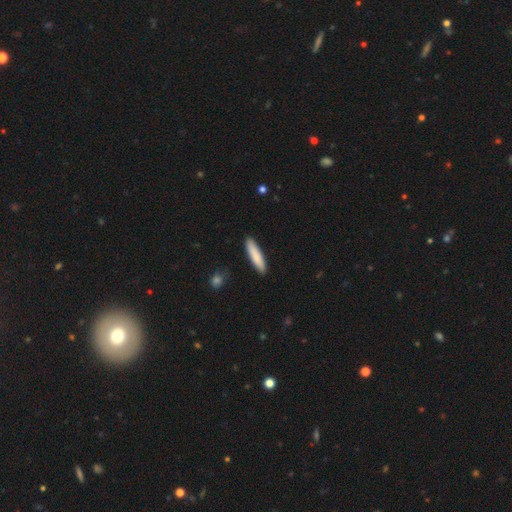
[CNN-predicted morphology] Smooth or featured?
  - smooth: 85% *
  - featured or disk: 10%
  - star or artifact: 5%
How rounded?
  - cigar-shaped: 81% *
  - in between: 18%
  - round: 1%
Merging?
  - none: 89% *
  - minor disturbance: 8%
  - major disturbance: 2%
  - merger: 1%